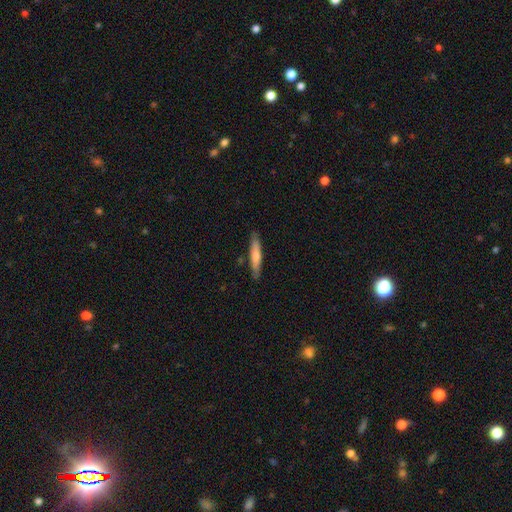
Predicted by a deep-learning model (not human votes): Q: Smooth or featured?
A: smooth (67%); runner-up: featured or disk (27%)
Q: How rounded?
A: cigar-shaped (91%); runner-up: in between (8%)
Q: Merging?
A: none (87%); runner-up: minor disturbance (10%)